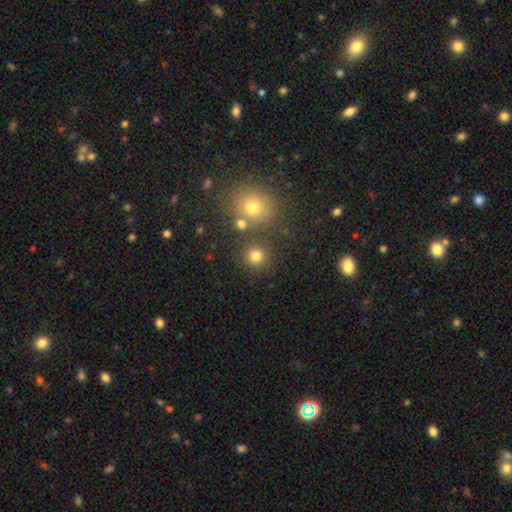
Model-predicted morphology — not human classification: Smooth or featured?
  - smooth: 79% *
  - star or artifact: 16%
  - featured or disk: 6%
How rounded?
  - round: 92% *
  - in between: 7%
  - cigar-shaped: 1%
Merging?
  - none: 80% *
  - merger: 9%
  - minor disturbance: 7%
  - major disturbance: 3%